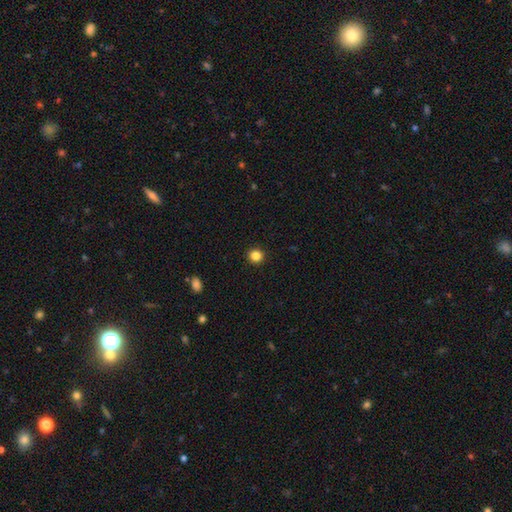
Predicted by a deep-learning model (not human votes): Overall: smooth (84%). How rounded: round (93%). Merging: none (93%).